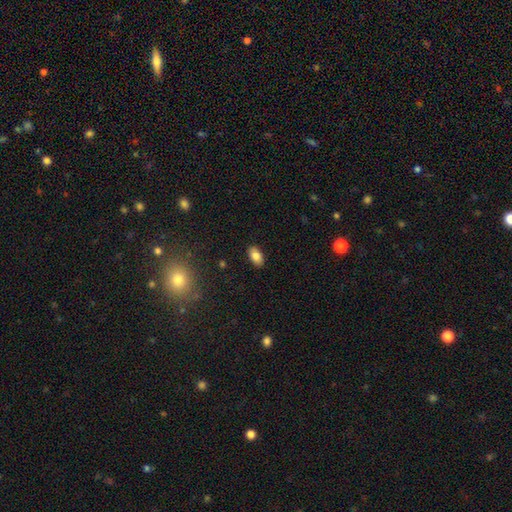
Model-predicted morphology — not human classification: smooth-or-featured: smooth: 84% | star or artifact: 9% | featured or disk: 8%
  how-rounded: in between: 93% | round: 5% | cigar-shaped: 3%
  merging: none: 88% | minor disturbance: 9% | major disturbance: 2% | merger: 1%